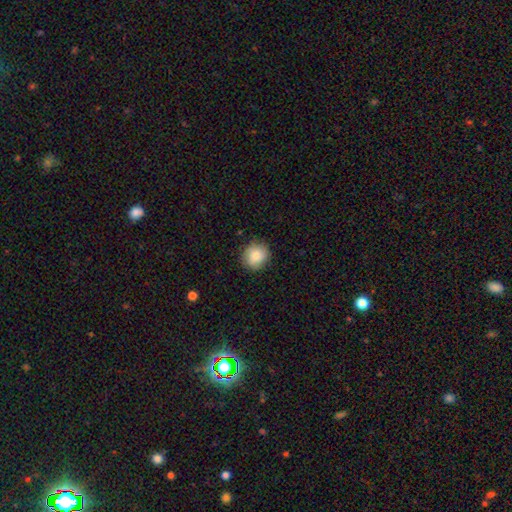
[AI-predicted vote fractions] A smooth galaxy with no disk features (88%) that is round (85%). Merging: none (86%).